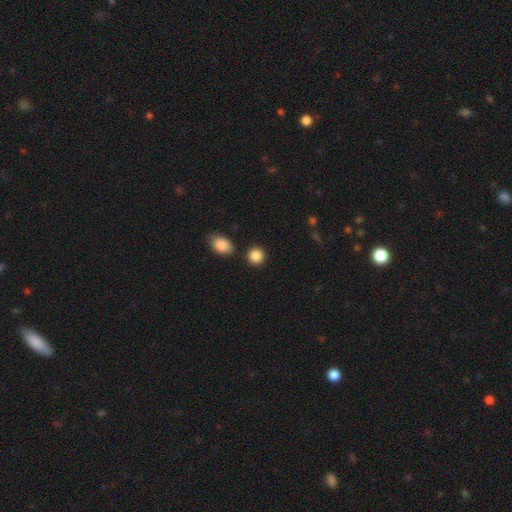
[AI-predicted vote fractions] This appears to be a smooth galaxy with no disk features (88%) that is round (85%). Merging: none (84%).